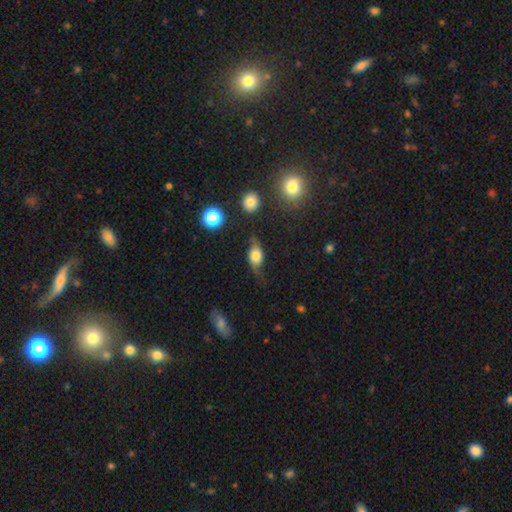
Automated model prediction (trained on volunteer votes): Overall: smooth (50%; featured or disk 41%). Merging: none (55%; minor disturbance 27%).